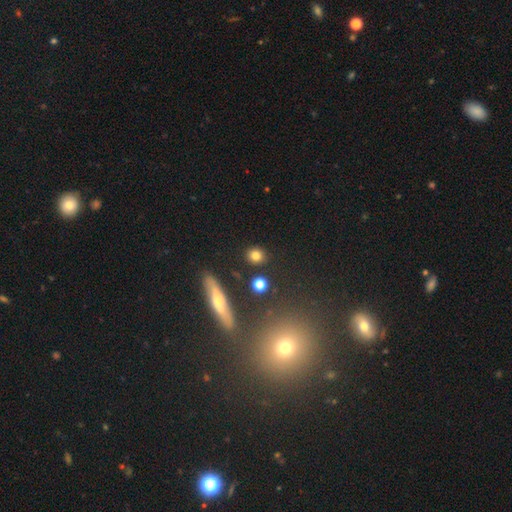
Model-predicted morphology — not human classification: Overall: smooth (80%). How rounded: round (79%). Merging: none (87%).